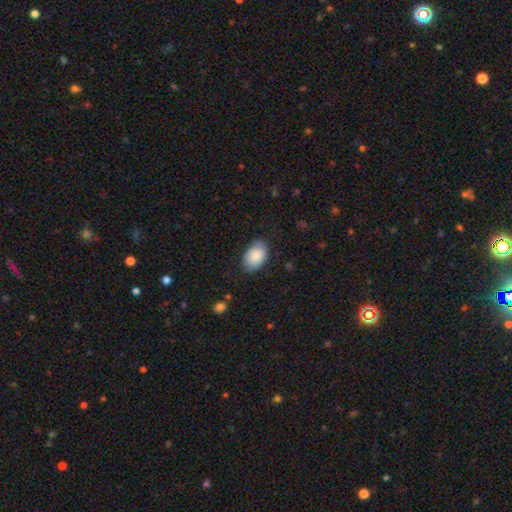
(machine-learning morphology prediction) This is clearly a smooth galaxy (85%). How rounded: clearly in between (87%). Merging: likely none (73%).